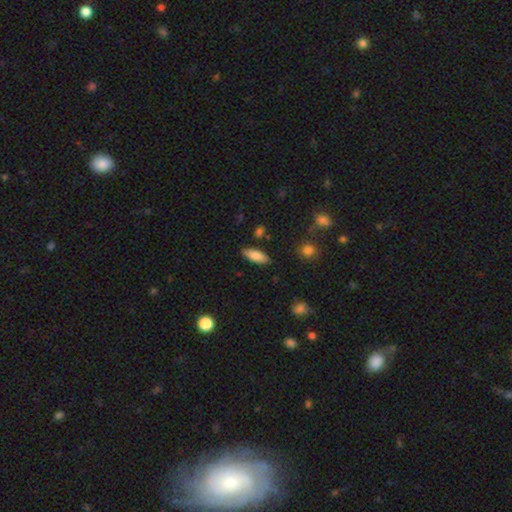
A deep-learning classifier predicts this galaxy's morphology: A smooth galaxy with no disk features (83%) that is in between round and cigar-shaped (73%). Merging: none (85%).